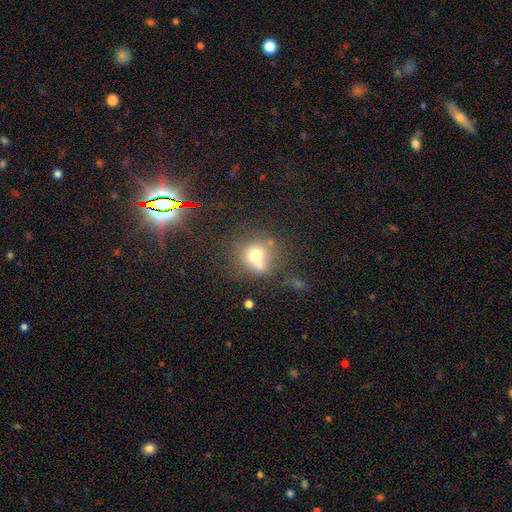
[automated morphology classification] Smooth or featured?
  - smooth: 65% *
  - featured or disk: 18%
  - star or artifact: 17%
How rounded?
  - round: 79% *
  - in between: 20%
  - cigar-shaped: 1%
Merging?
  - none: 47% *
  - merger: 29%
  - minor disturbance: 15%
  - major disturbance: 9%